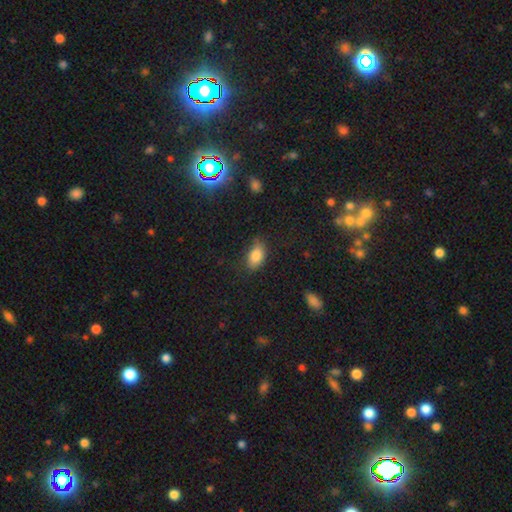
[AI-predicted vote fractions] Q: Smooth or featured?
A: smooth (84%); runner-up: star or artifact (8%)
Q: How rounded?
A: in between (90%); runner-up: round (7%)
Q: Merging?
A: none (71%); runner-up: minor disturbance (22%)